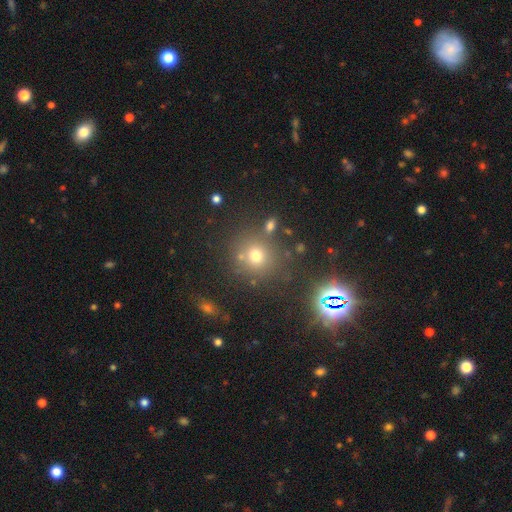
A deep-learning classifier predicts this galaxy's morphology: A smooth galaxy with no disk features (69%) that is round (88%). Merging: none (75%).